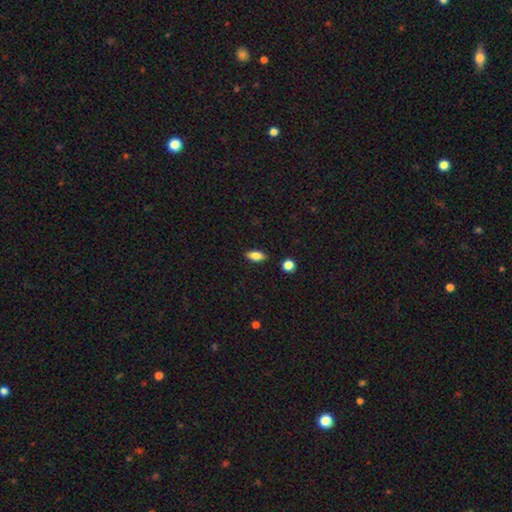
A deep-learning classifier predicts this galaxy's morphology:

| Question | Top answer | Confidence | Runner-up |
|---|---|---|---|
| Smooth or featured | smooth | 79% | featured or disk (13%) |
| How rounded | in between | 84% | cigar-shaped (12%) |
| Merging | none | 87% | minor disturbance (9%) |